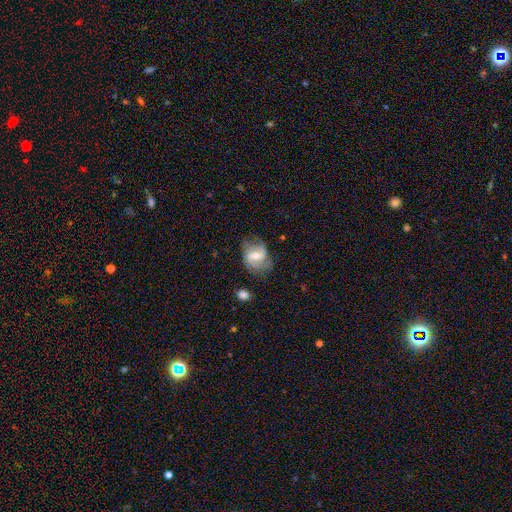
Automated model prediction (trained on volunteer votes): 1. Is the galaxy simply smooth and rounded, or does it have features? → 72% featured or disk, 21% smooth, 7% star or artifact.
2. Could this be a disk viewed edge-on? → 97% no, 3% yes.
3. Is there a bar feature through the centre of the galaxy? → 53% weak, 26% strong, 21% no.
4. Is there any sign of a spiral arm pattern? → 89% yes, 11% no.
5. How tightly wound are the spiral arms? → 44% medium, 36% loose, 20% tight.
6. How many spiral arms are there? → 75% 2, 12% can't tell, 6% 3, 4% 1, 2% 4, 1% more than 4.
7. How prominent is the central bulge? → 56% moderate, 38% small, 3% large, 2% none, 1% dominant.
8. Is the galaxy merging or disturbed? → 63% none, 24% minor disturbance, 11% major disturbance, 2% merger.